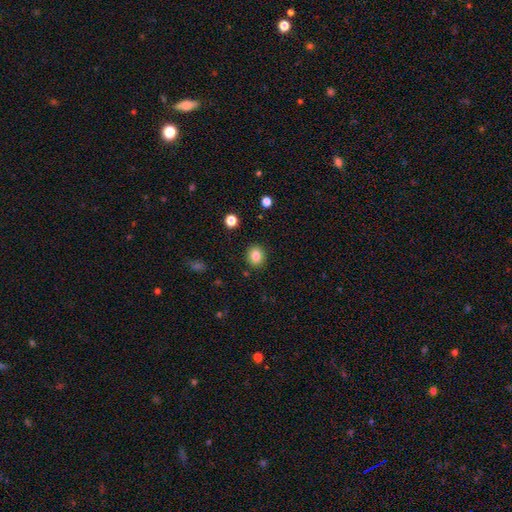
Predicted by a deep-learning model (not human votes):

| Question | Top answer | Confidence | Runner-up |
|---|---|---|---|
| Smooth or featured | smooth | 84% | star or artifact (10%) |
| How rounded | round | 67% | in between (32%) |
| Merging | none | 89% | minor disturbance (7%) |